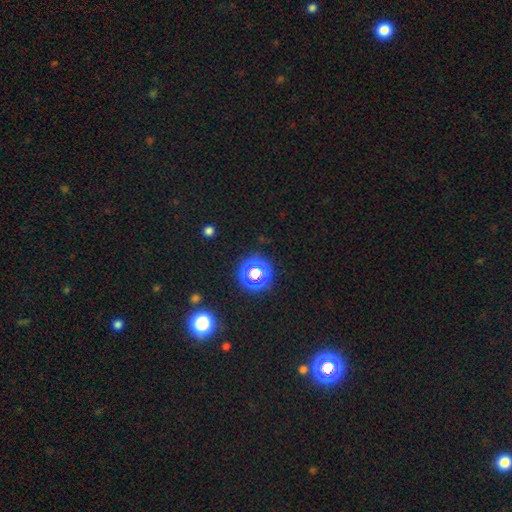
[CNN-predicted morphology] star or artifact 50%, smooth 44%, featured or disk 5%.